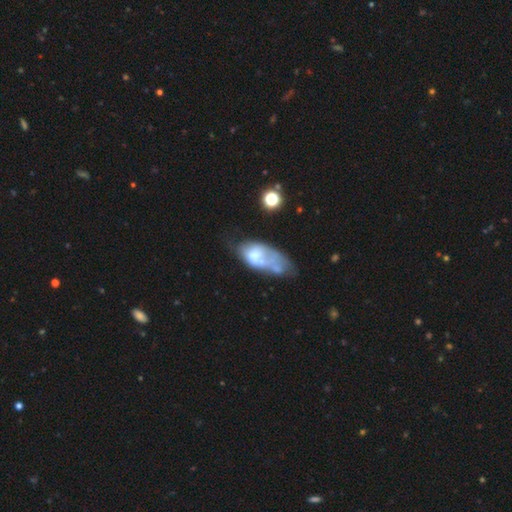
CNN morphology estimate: smooth_or_featured: smooth (p=0.47) [alt: featured or disk p=0.43]
merging: major disturbance (p=0.27) [alt: none p=0.25]